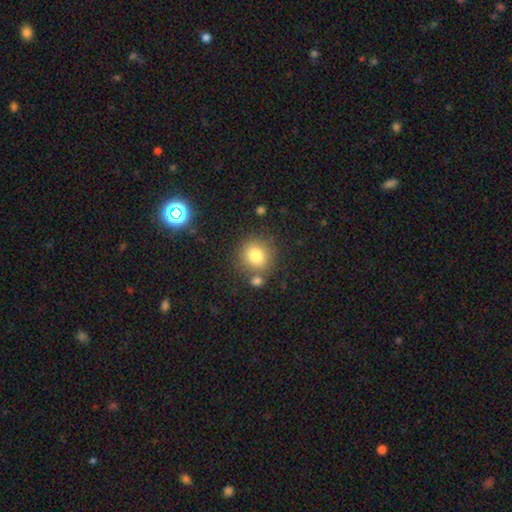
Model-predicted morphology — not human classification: smooth 80%, star or artifact 11%, featured or disk 9%. Down the decision tree: how rounded — round (86%); merging — none (73%).